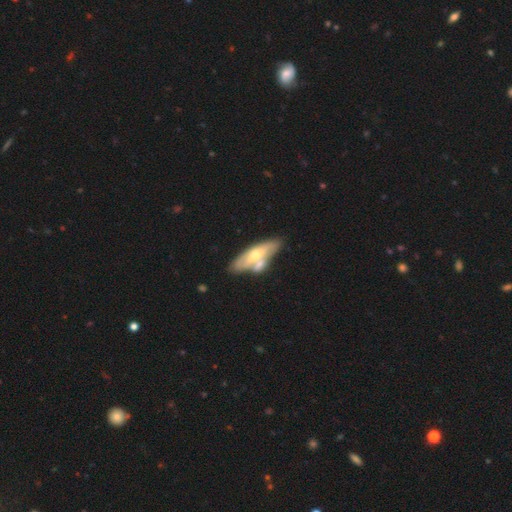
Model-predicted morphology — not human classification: Overall: featured or disk (56%; smooth 39%). Edge-on disk: no (53%; yes 47%). Merging: none (43%; merger 38%).